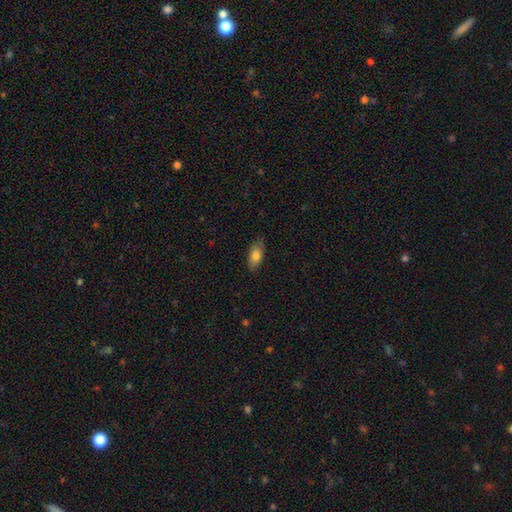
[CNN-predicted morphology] Overall: smooth (79%). How rounded: in between (89%). Merging: none (83%).